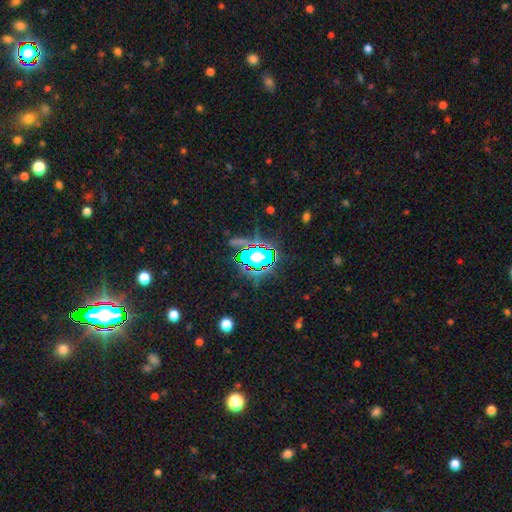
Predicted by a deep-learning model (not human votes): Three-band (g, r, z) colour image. It shows a star or artifact, not a galaxy (60%).